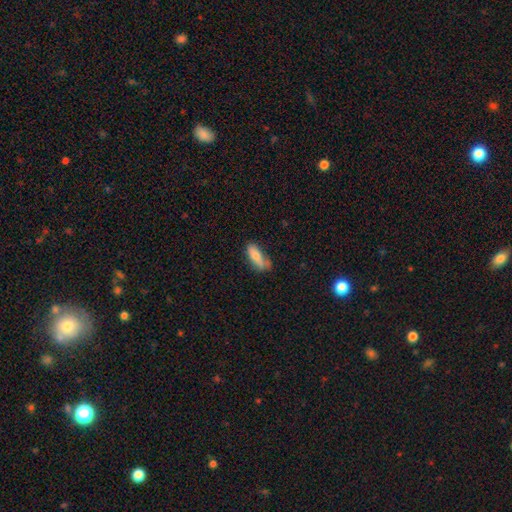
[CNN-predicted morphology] Smooth or featured: smooth — 71% (featured or disk — 22%)
How rounded: in between — 64% (cigar-shaped — 34%)
Merging: none — 51% (minor disturbance — 30%)